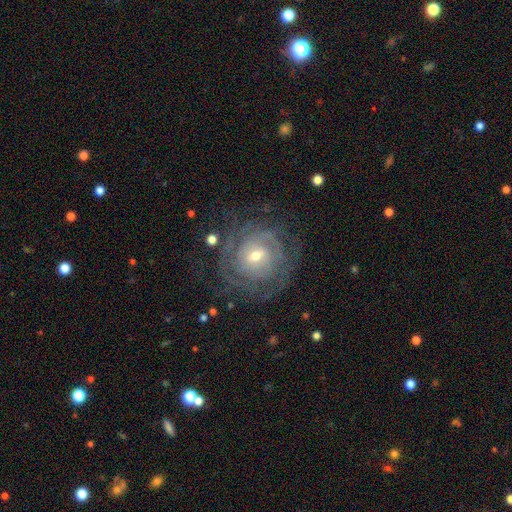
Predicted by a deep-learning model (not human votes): A featured or disk galaxy (81%) with a weak bar (44%), tight (73%) spiral arms (89%) and a small central bulge (49%).

Vote fractions:
- Smooth or featured? featured or disk: 81% / smooth: 12% / star or artifact: 7%
- Edge-on disk? no: 97% / yes: 3%
- Bar? weak: 44% / no: 43% / strong: 12%
- Spiral arms? yes: 89% / no: 11%
- Spiral winding? tight: 73% / medium: 20% / loose: 7%
- Spiral arm count? can't tell: 46% / 2: 19% / 3: 14% / 4: 10% / more than 4: 6% / 1: 6%
- Bulge size? small: 49% / moderate: 47% / large: 3% / none: 1% / dominant: 1%
- Merging? none: 72% / minor disturbance: 16% / major disturbance: 11% / merger: 2%